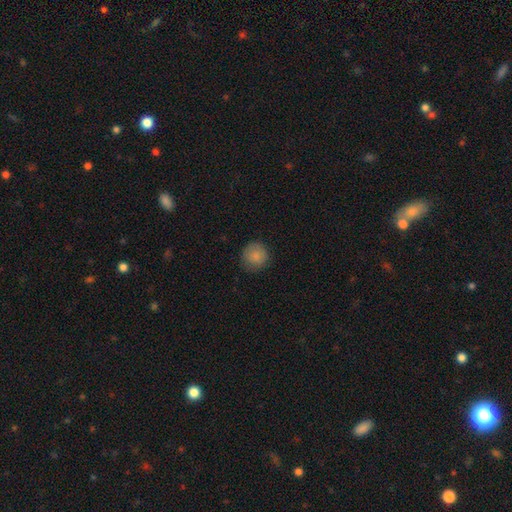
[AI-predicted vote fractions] A smooth galaxy with no disk features (85%) that is round (92%). Merging: none (81%).